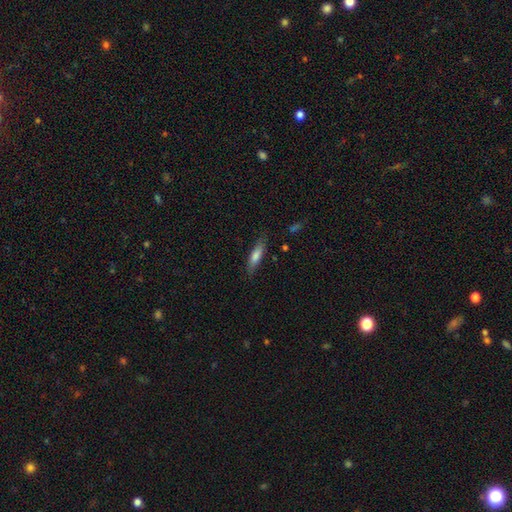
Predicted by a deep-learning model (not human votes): A smooth galaxy with no disk features (73%) that is cigar-shaped (67%). Merging: none (80%).